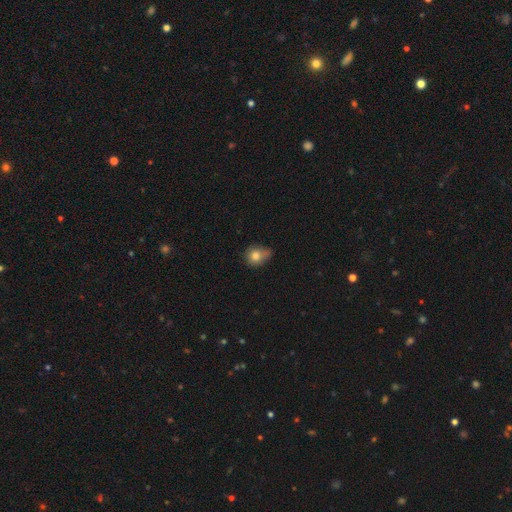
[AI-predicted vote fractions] Morphology: type=smooth (79%); roundness=round (64%); merging=none (41%).